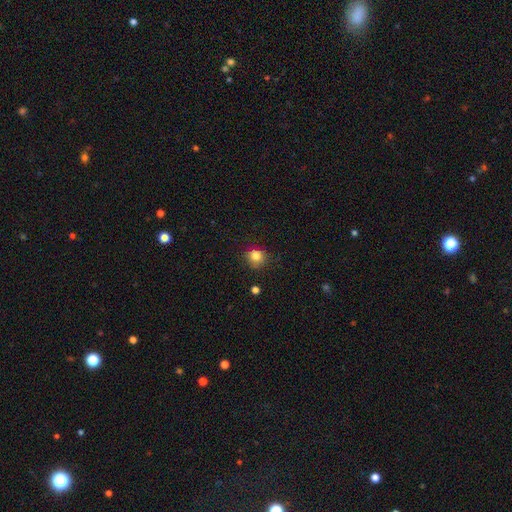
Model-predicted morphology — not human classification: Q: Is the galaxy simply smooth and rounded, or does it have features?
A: smooth — 83%.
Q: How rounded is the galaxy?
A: round — 85%.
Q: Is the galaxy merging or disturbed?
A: none — 82%.